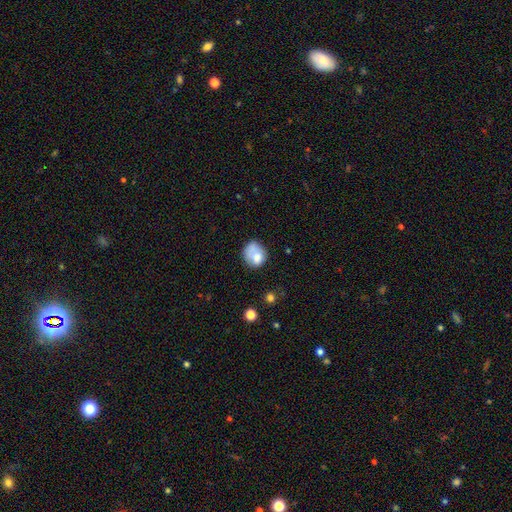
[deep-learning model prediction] This appears to be a smooth galaxy with no disk features (72%) that is round (60%). Merging: none (41%).